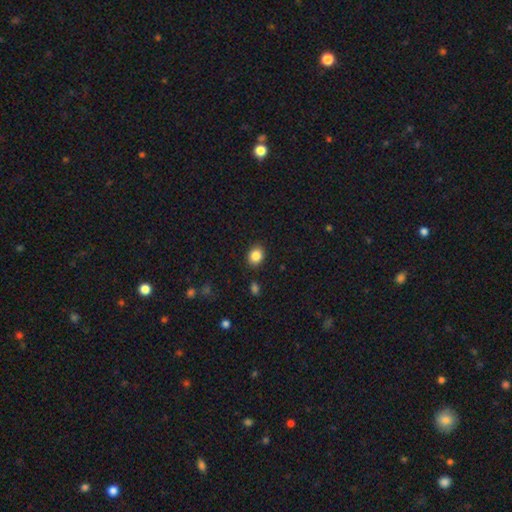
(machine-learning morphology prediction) smooth_or_featured: smooth (p=0.86) [alt: star or artifact p=0.09]
how_rounded: round (p=0.54) [alt: in between p=0.45]
merging: none (p=0.88) [alt: minor disturbance p=0.08]